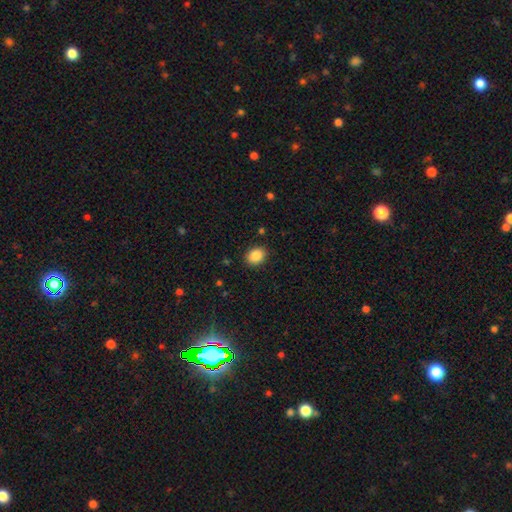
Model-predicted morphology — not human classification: Smooth or featured? smooth (87%)
How rounded? in between (54%)
Merging? none (89%)